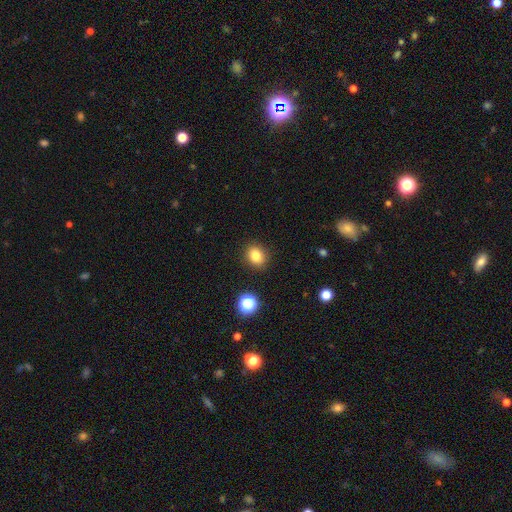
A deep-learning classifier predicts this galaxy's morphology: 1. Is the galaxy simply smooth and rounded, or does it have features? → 82% smooth, 12% star or artifact, 6% featured or disk.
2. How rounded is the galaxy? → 55% round, 44% in between, 1% cigar-shaped.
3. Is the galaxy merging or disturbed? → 89% none, 7% minor disturbance, 2% major disturbance, 2% merger.